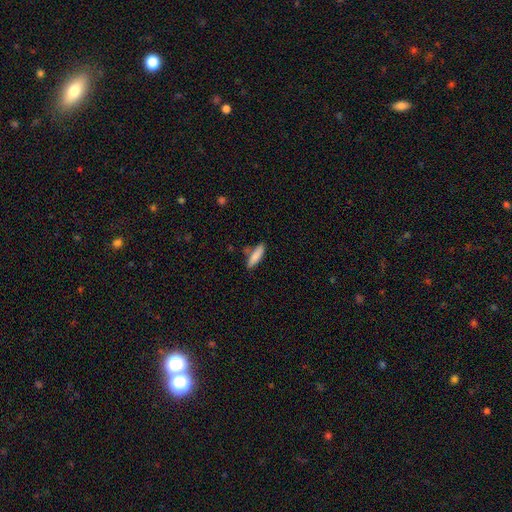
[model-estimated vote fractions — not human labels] A smooth galaxy with no disk features (84%) that is cigar-shaped (67%).

Vote fractions:
- Smooth or featured? smooth: 84% / featured or disk: 10% / star or artifact: 6%
- How rounded? cigar-shaped: 67% / in between: 32% / round: 2%
- Merging? none: 76% / minor disturbance: 14% / merger: 7% / major disturbance: 3%